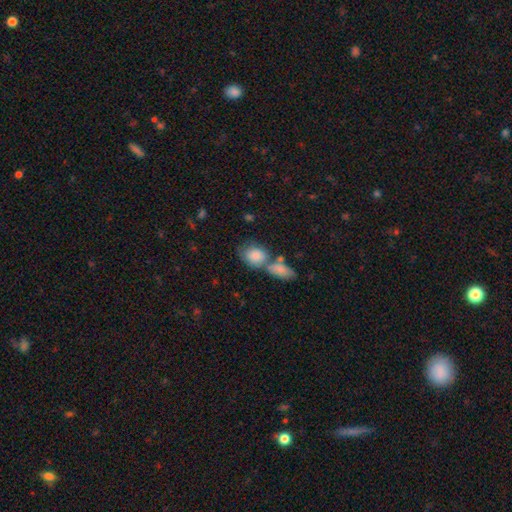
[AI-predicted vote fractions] smooth_or_featured: smooth (p=0.84) [alt: featured or disk p=0.09]
how_rounded: in between (p=0.62) [alt: round p=0.36]
merging: merger (p=0.43) [alt: none p=0.38]